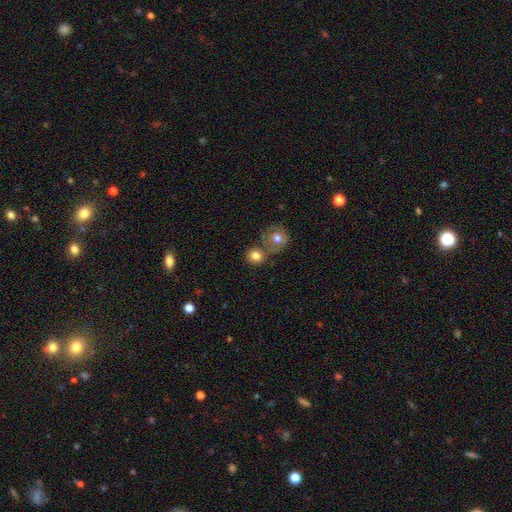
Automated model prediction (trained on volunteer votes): Q: Smooth or featured?
A: smooth (80%); runner-up: featured or disk (12%)
Q: How rounded?
A: round (84%); runner-up: in between (15%)
Q: Merging?
A: none (53%); runner-up: merger (33%)